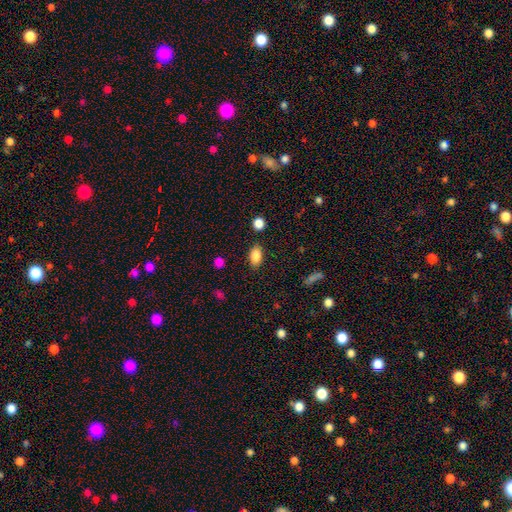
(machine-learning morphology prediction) smooth-or-featured: smooth: 86% | star or artifact: 8% | featured or disk: 6%
  how-rounded: in between: 89% | round: 7% | cigar-shaped: 3%
  merging: none: 85% | minor disturbance: 10% | major disturbance: 3% | merger: 2%